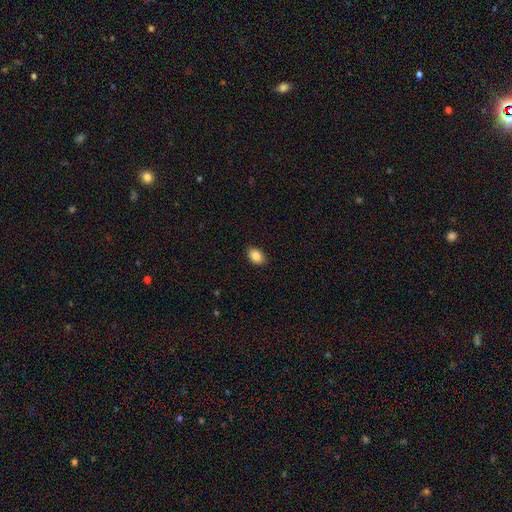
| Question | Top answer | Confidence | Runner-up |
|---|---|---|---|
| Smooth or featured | smooth | 89% | featured or disk (5%) |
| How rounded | in between | 91% | round (9%) |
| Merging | none | 92% | minor disturbance (6%) |